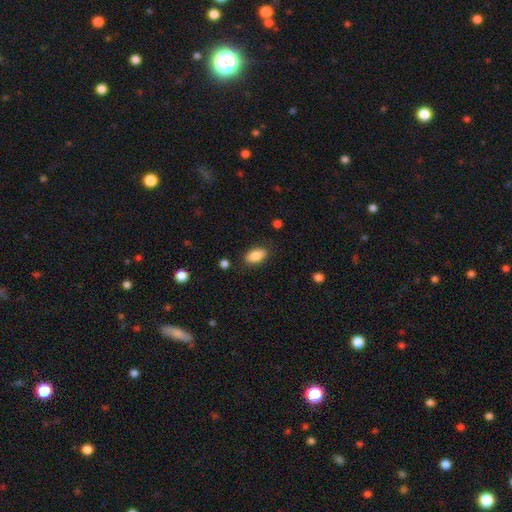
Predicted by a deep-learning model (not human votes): Smooth or featured: smooth — 83% (featured or disk — 9%)
How rounded: in between — 90% (cigar-shaped — 5%)
Merging: none — 83% (minor disturbance — 13%)